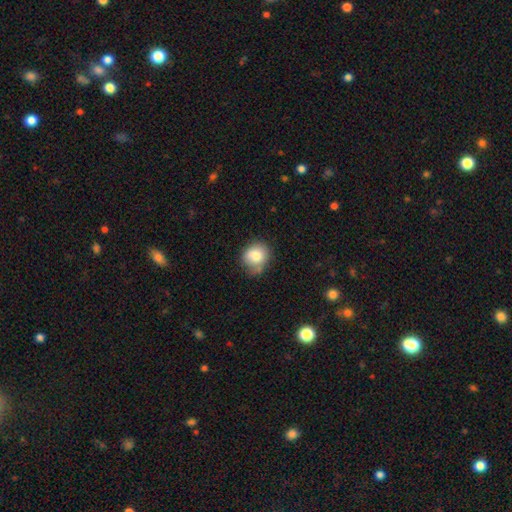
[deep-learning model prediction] smooth-or-featured: smooth: 79% | featured or disk: 12% | star or artifact: 9%
  how-rounded: round: 73% | in between: 27% | cigar-shaped: 1%
  merging: none: 54% | minor disturbance: 32% | major disturbance: 9% | merger: 5%